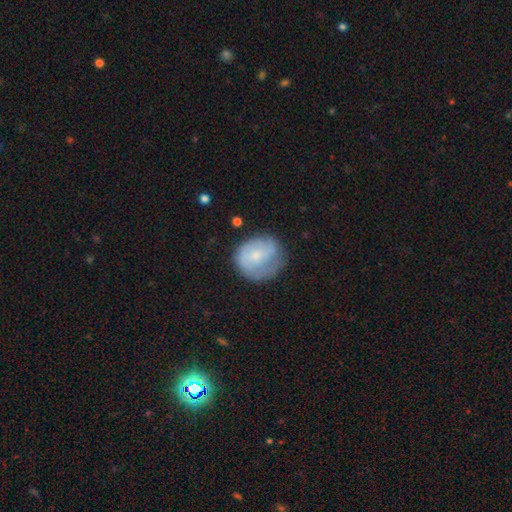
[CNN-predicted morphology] smooth_or_featured: featured or disk (p=0.51) [alt: smooth p=0.43]
disk_edge_on: no (p=0.98) [alt: yes p=0.02]
merging: none (p=0.57) [alt: minor disturbance p=0.27]